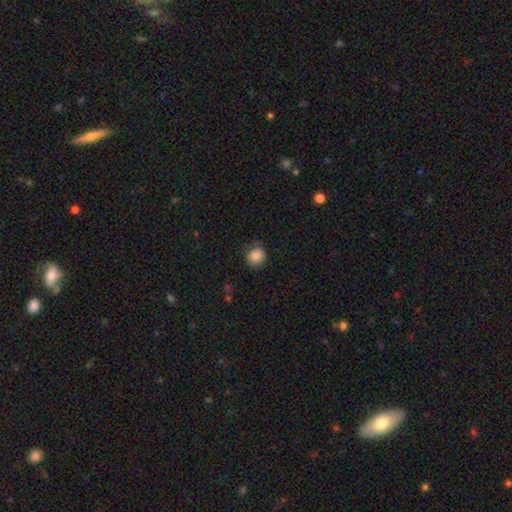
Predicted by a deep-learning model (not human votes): Morphology: type=smooth (84%); roundness=round (84%); merging=none (78%).